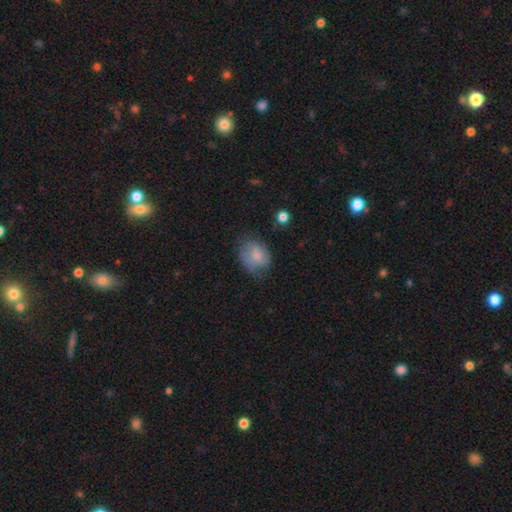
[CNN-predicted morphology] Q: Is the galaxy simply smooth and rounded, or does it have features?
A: smooth — 68%.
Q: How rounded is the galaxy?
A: in between — 58%.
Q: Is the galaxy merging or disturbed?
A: none — 52%.